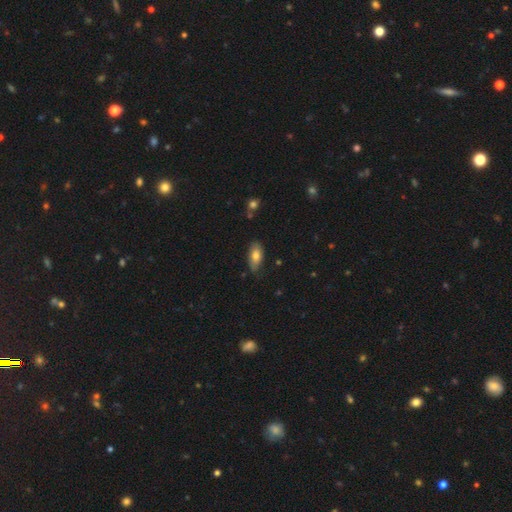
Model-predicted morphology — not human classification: Q: Smooth or featured?
A: smooth (77%); runner-up: featured or disk (16%)
Q: How rounded?
A: in between (89%); runner-up: cigar-shaped (8%)
Q: Merging?
A: none (76%); runner-up: minor disturbance (20%)